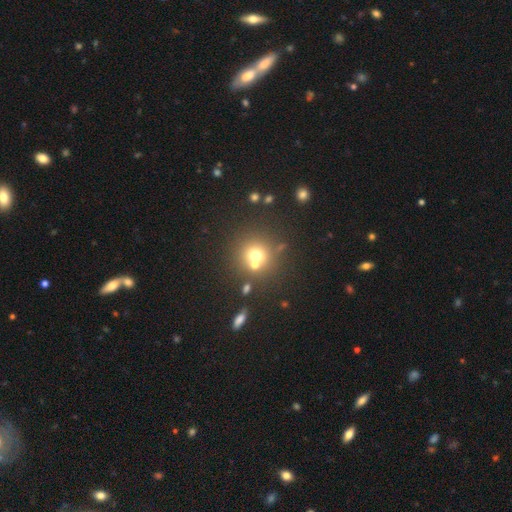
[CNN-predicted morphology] Smooth or featured? smooth (67%)
How rounded? round (89%)
Merging? none (58%)